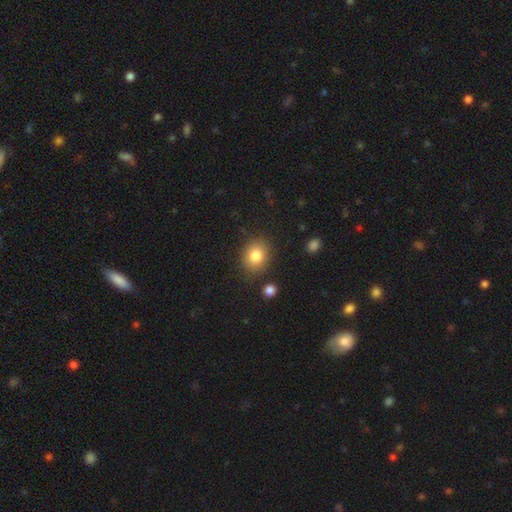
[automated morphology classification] Q: Smooth or featured?
A: smooth (83%); runner-up: star or artifact (10%)
Q: How rounded?
A: round (56%); runner-up: in between (43%)
Q: Merging?
A: none (83%); runner-up: minor disturbance (10%)